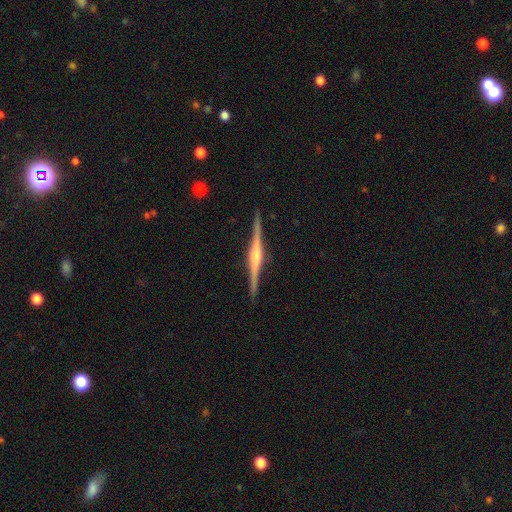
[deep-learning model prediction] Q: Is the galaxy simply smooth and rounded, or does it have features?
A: featured or disk — 86%.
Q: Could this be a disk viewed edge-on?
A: yes — 99%.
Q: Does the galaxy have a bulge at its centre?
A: rounded — 73%.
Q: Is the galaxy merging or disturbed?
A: none — 91%.